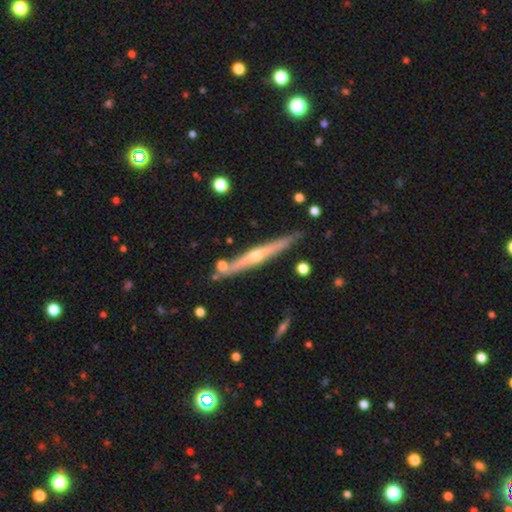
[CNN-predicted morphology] smooth-or-featured: featured or disk: 76% | smooth: 18% | star or artifact: 6%
  disk-edge-on: yes: 97% | no: 3%
    edge-on-bulge: rounded: 83% | none: 15% | boxy: 3%
  merging: none: 85% | minor disturbance: 9% | merger: 4% | major disturbance: 2%